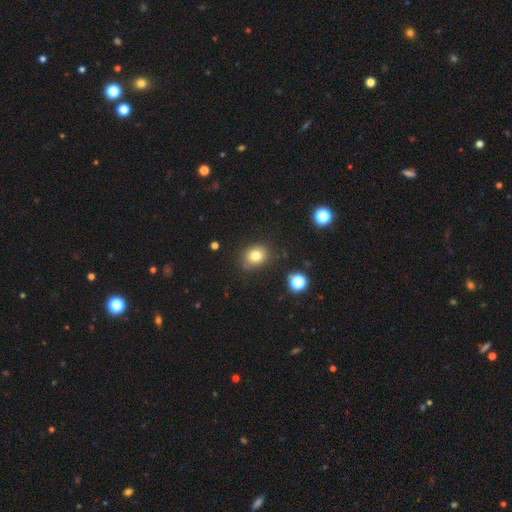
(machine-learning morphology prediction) Smooth or featured?
  - smooth: 79% *
  - star or artifact: 13%
  - featured or disk: 8%
How rounded?
  - round: 55% *
  - in between: 44%
  - cigar-shaped: 1%
Merging?
  - none: 77% *
  - minor disturbance: 16%
  - major disturbance: 4%
  - merger: 2%